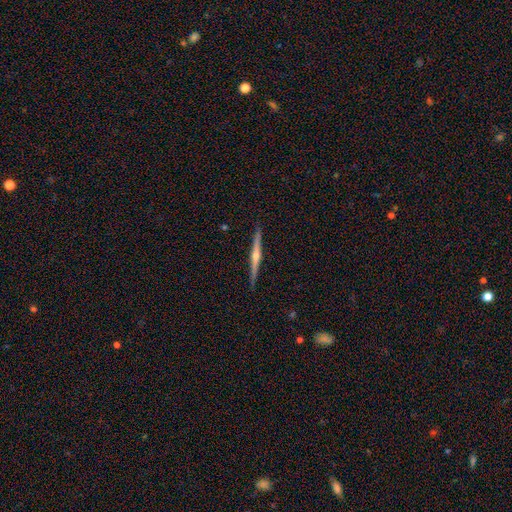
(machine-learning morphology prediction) type=featured or disk (81%); edge-on=yes (99%); edge-on bulge=rounded (90%); merging=none (92%).